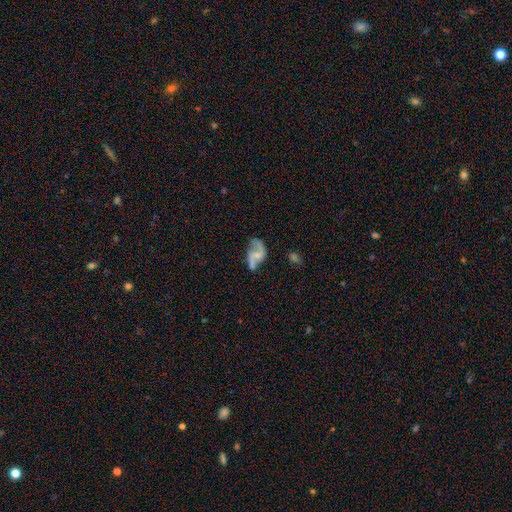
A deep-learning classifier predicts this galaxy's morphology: type=featured or disk (69%); edge-on=no (97%); bar=no (50%); spiral arms=yes (83%); winding=loose (68%); arm count=2 (85%); bulge=none (40%); merging=none (41%).